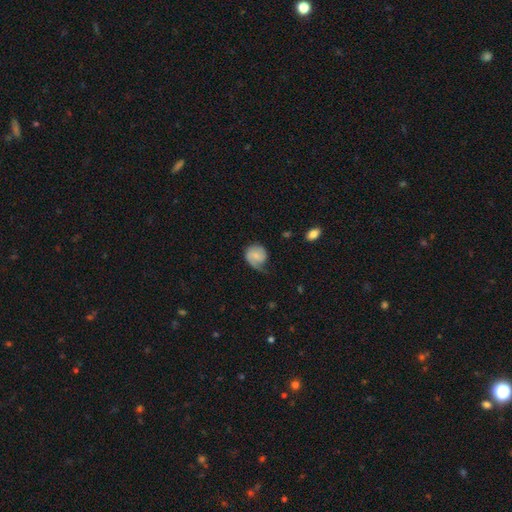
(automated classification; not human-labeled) Smooth or featured? smooth (49%)
Merging? none (42%)